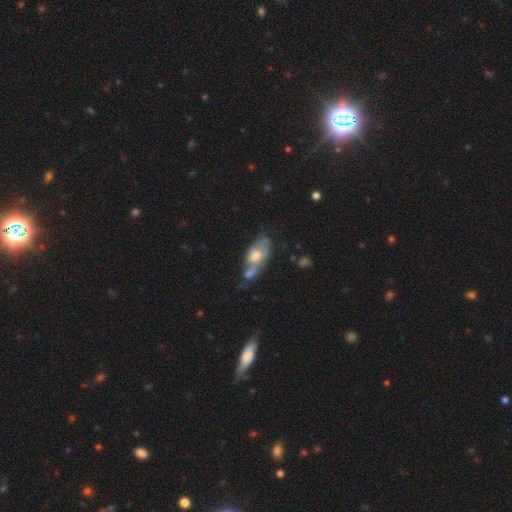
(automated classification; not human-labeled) A smooth galaxy with no disk features (52%) that is in between round and cigar-shaped (85%).

Vote fractions:
- Smooth or featured? smooth: 52% / featured or disk: 40% / star or artifact: 8%
- How rounded? in between: 85% / round: 7% / cigar-shaped: 7%
- Merging? merger: 44% / none: 23% / minor disturbance: 18% / major disturbance: 14%